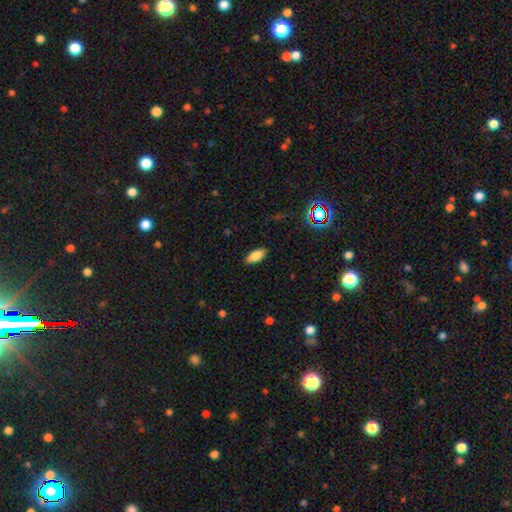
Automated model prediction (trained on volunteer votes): Overall: smooth (80%). How rounded: in between (83%). Merging: none (88%).